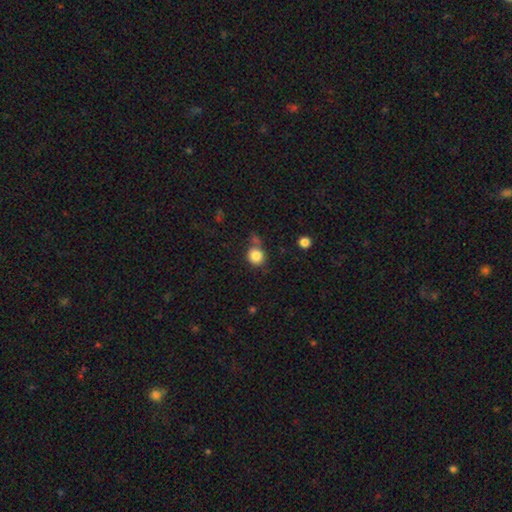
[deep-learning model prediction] Smooth or featured? smooth (85%)
How rounded? round (86%)
Merging? none (68%)